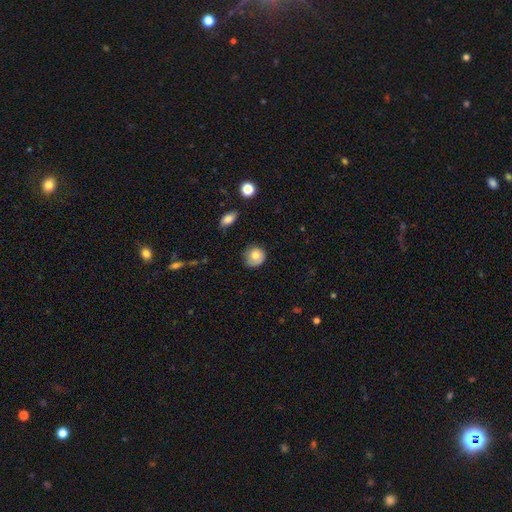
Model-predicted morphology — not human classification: The model was most divided on "merging": none: 66%, minor disturbance: 25%, major disturbance: 7%, merger: 2%. More confident: how rounded — round (84%); smooth or featured — smooth (72%).